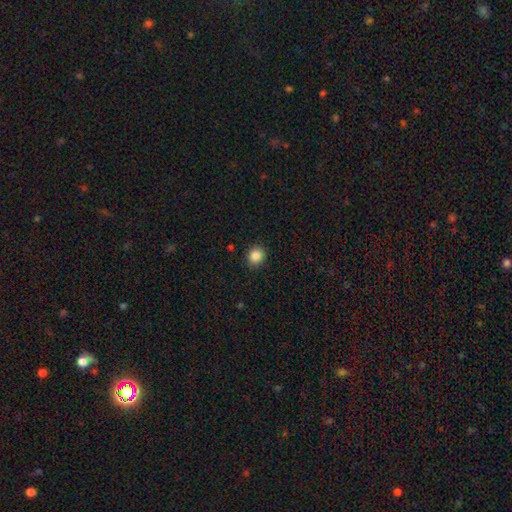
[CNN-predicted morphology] smooth-or-featured: smooth: 87% | star or artifact: 10% | featured or disk: 3%
  how-rounded: round: 84% | in between: 16% | cigar-shaped: 1%
  merging: none: 90% | minor disturbance: 7% | major disturbance: 2% | merger: 1%